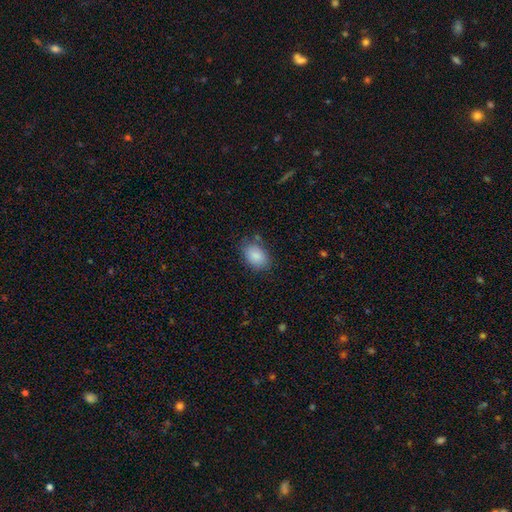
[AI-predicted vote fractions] smooth-or-featured: smooth: 87% | star or artifact: 7% | featured or disk: 6%
  how-rounded: in between: 86% | round: 12% | cigar-shaped: 1%
  merging: none: 77% | minor disturbance: 17% | major disturbance: 4% | merger: 3%